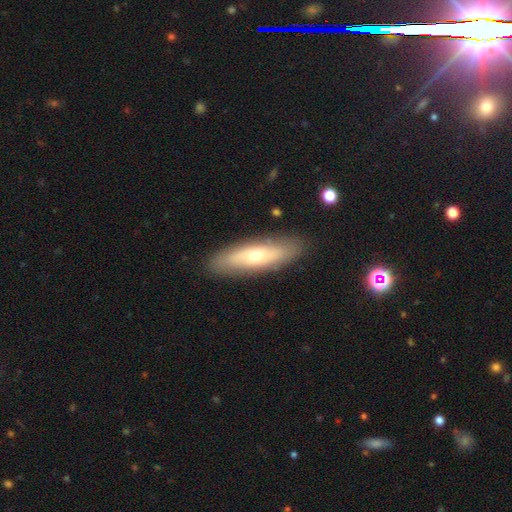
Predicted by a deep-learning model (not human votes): Smooth or featured?
  - smooth: 50% *
  - featured or disk: 44%
  - star or artifact: 6%
Merging?
  - none: 86% *
  - minor disturbance: 10%
  - major disturbance: 3%
  - merger: 1%